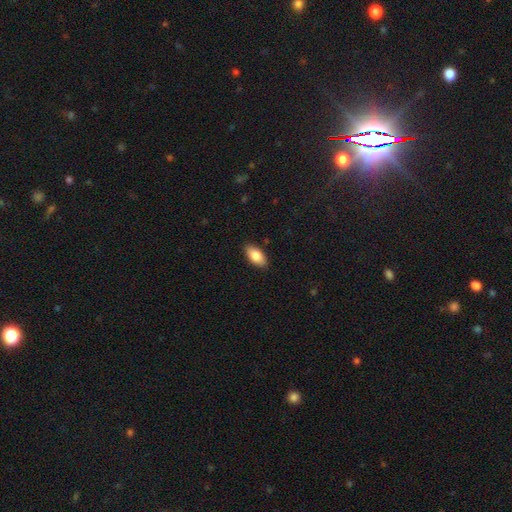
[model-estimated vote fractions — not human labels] Overall: smooth (83%). How rounded: in between (92%). Merging: none (88%).